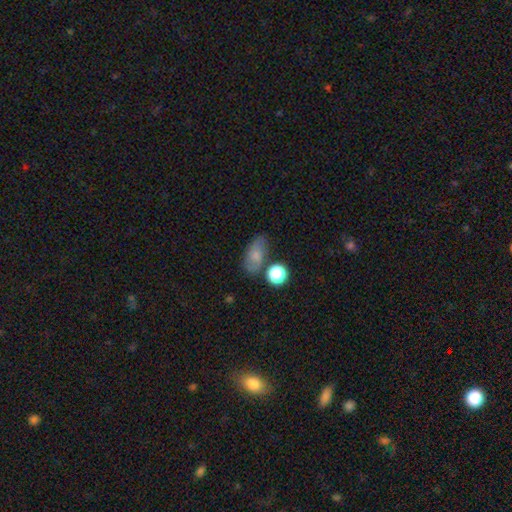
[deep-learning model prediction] This is likely a smooth galaxy (69%). How rounded: clearly in between (82%). Merging: likely none (63%).